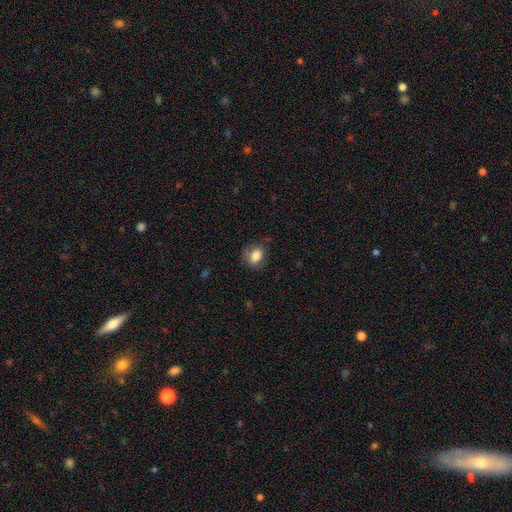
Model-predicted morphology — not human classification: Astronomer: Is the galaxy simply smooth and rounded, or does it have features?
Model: smooth — 82%.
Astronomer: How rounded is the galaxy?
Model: in between — 67%.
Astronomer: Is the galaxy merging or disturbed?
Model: none — 71%.